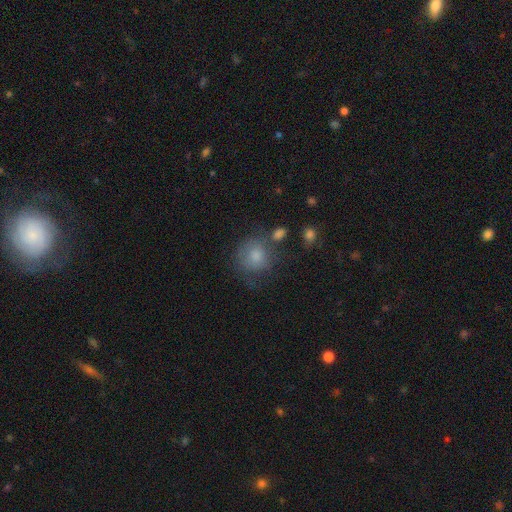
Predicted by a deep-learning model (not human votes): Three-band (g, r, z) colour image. It shows a smooth galaxy with no disk features (66%) that is round (85%). Merging: none (62%).